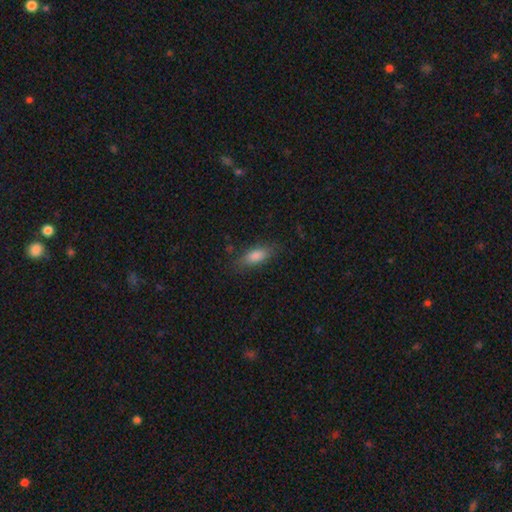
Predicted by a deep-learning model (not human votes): smooth_or_featured: smooth (p=0.81) [alt: featured or disk p=0.11]
how_rounded: in between (p=0.74) [alt: cigar-shaped p=0.24]
merging: none (p=0.79) [alt: minor disturbance p=0.15]